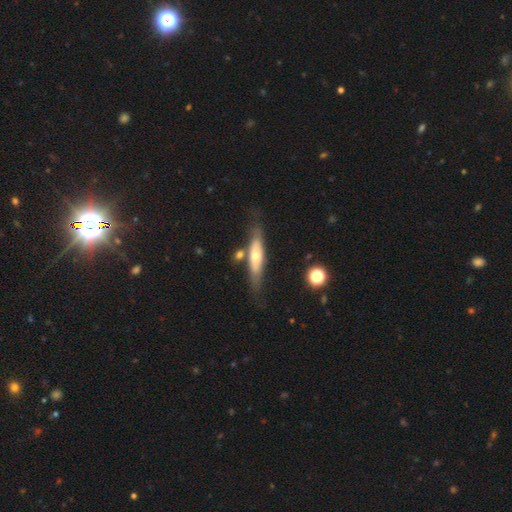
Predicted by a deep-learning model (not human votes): Smooth or featured? Predicted: featured or disk (p=0.50). Merging? Predicted: none (p=0.69).